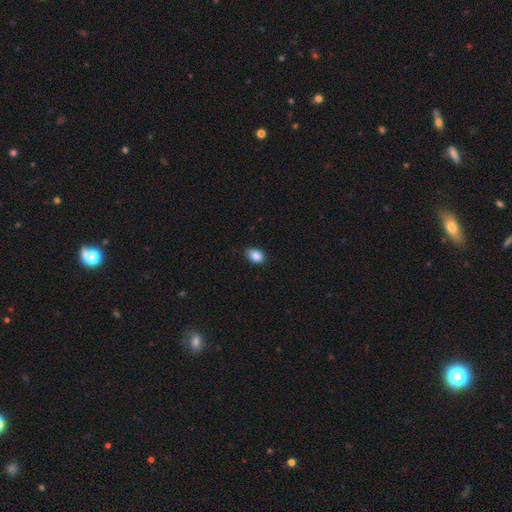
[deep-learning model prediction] Smooth or featured?
  - smooth: 88% *
  - star or artifact: 8%
  - featured or disk: 4%
How rounded?
  - in between: 81% *
  - round: 18%
  - cigar-shaped: 1%
Merging?
  - none: 85% *
  - minor disturbance: 12%
  - major disturbance: 2%
  - merger: 1%